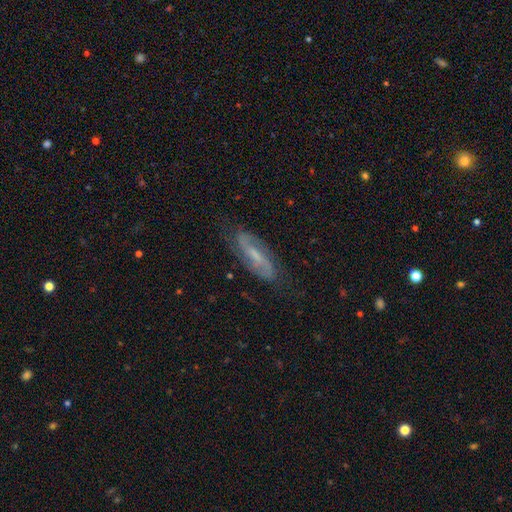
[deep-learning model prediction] Smooth or featured? Predicted: featured or disk (p=0.79). Edge-on disk? Predicted: no (p=0.90). Bar? Predicted: weak (p=0.47). Spiral arms? Predicted: yes (p=0.95). Spiral winding? Predicted: medium (p=0.46). Spiral arm count? Predicted: 2 (p=0.89). Bulge size? Predicted: small (p=0.54). Merging? Predicted: none (p=0.79).